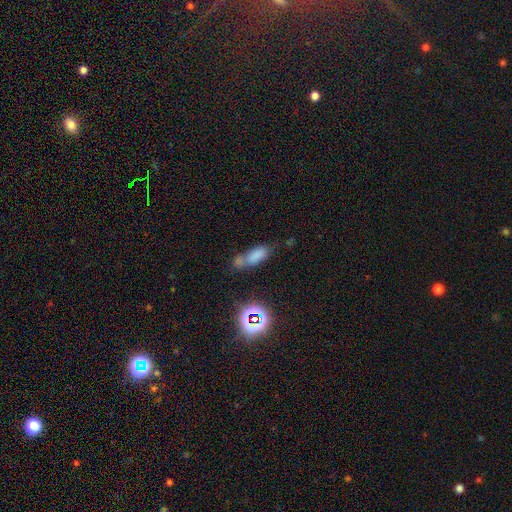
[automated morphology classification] Smooth or featured? smooth (69%)
How rounded? in between (70%)
Merging? none (38%)